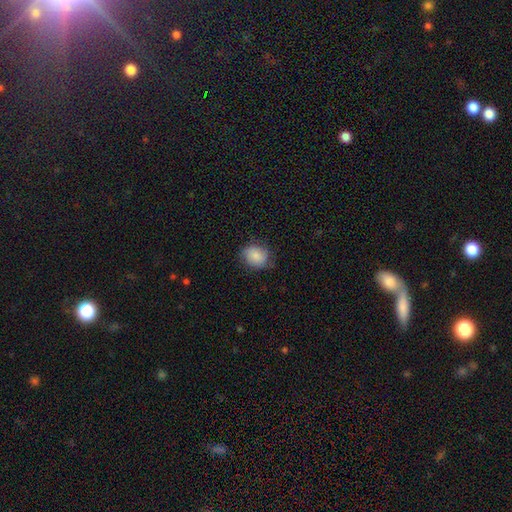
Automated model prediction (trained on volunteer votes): Smooth or featured?
  - smooth: 84% *
  - featured or disk: 9%
  - star or artifact: 7%
How rounded?
  - round: 58% *
  - in between: 41%
  - cigar-shaped: 1%
Merging?
  - none: 73% *
  - minor disturbance: 21%
  - major disturbance: 5%
  - merger: 1%